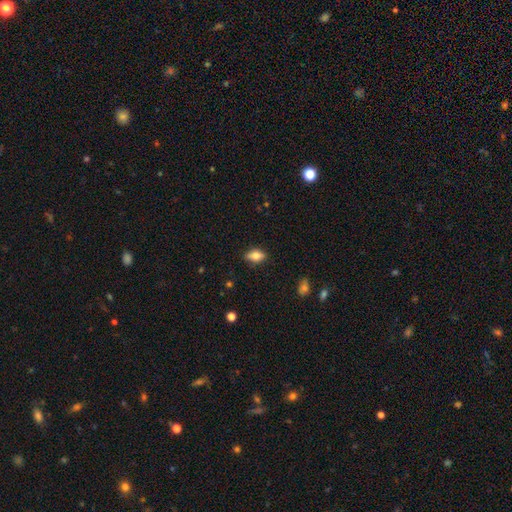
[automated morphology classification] A smooth galaxy with no disk features (68%) that is in between round and cigar-shaped (81%).

Vote fractions:
- Smooth or featured? smooth: 68% / featured or disk: 23% / star or artifact: 9%
- How rounded? in between: 81% / cigar-shaped: 11% / round: 7%
- Merging? none: 81% / minor disturbance: 15% / major disturbance: 3% / merger: 1%